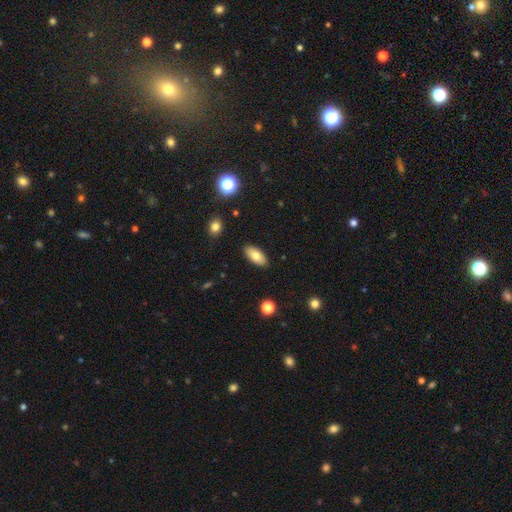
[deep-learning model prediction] Smooth or featured? Predicted: smooth (p=0.76). How rounded? Predicted: in between (p=0.89). Merging? Predicted: none (p=0.88).